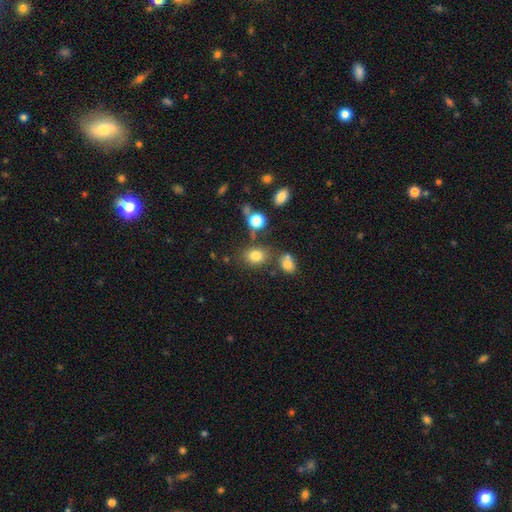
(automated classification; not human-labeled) This is likely a smooth galaxy (78%). How rounded: possibly in between (59%). Merging: likely none (71%).